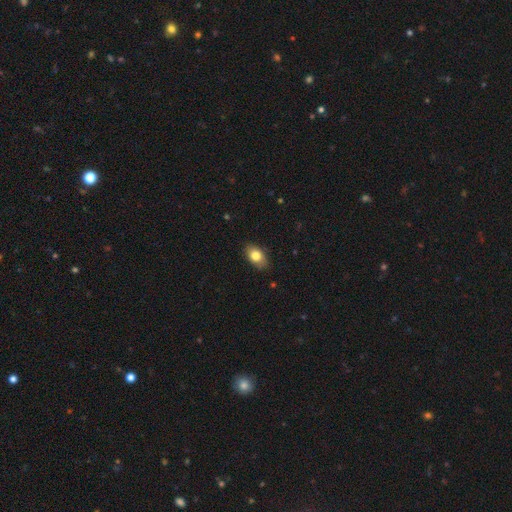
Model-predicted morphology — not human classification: smooth-or-featured: smooth: 80% | featured or disk: 12% | star or artifact: 8%
  how-rounded: in between: 88% | round: 11% | cigar-shaped: 2%
  merging: none: 83% | minor disturbance: 14% | major disturbance: 2% | merger: 1%